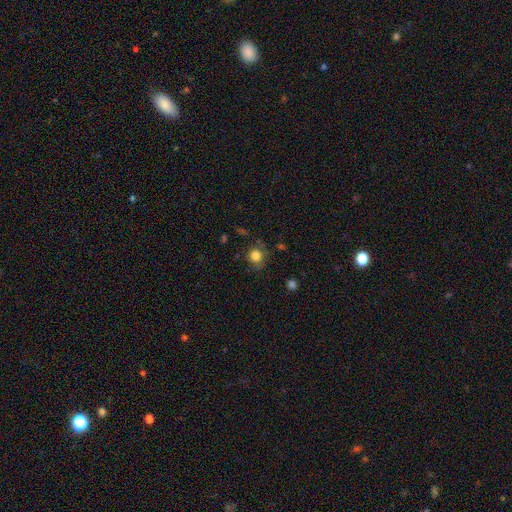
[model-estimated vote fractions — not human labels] Q: Smooth or featured?
A: smooth (81%); runner-up: star or artifact (12%)
Q: How rounded?
A: round (84%); runner-up: in between (15%)
Q: Merging?
A: none (74%); runner-up: minor disturbance (18%)